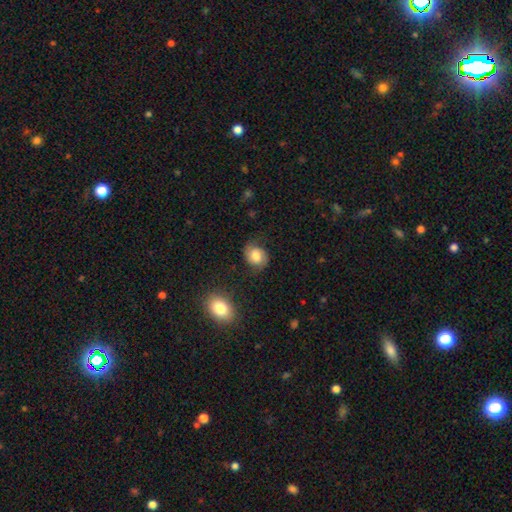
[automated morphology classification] Smooth or featured?
  - smooth: 61% *
  - featured or disk: 30%
  - star or artifact: 9%
How rounded?
  - round: 57% *
  - in between: 42%
  - cigar-shaped: 1%
Merging?
  - none: 71% *
  - minor disturbance: 20%
  - major disturbance: 8%
  - merger: 2%